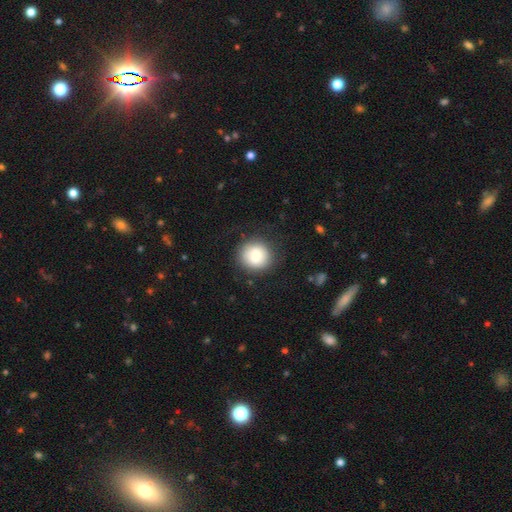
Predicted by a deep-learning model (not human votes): A smooth galaxy with no disk features (82%) that is round (89%). Merging: none (82%).